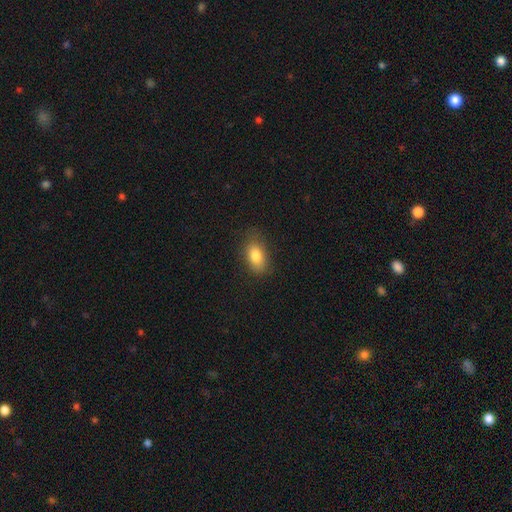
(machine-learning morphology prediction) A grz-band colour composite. It shows a smooth galaxy with no disk features (83%) that is in between round and cigar-shaped (89%). Merging: none (77%).